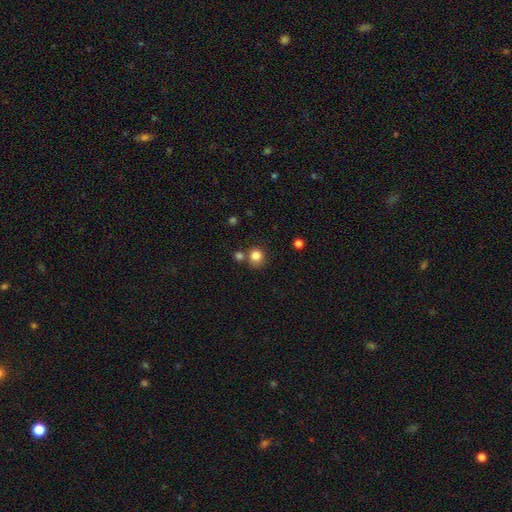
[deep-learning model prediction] Morphology: type=smooth (83%); roundness=round (88%); merging=none (68%).